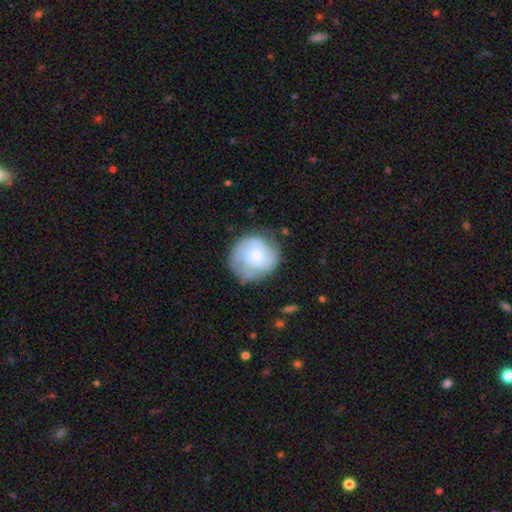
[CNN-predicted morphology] The model was most divided on "bulge size": moderate: 45%, small: 39%, large: 8%, none: 6%, dominant: 2%. More confident: edge-on disk — no (98%); spiral arms — yes (83%); bar — no (72%); merging — none (67%); smooth or featured — featured or disk (61%).